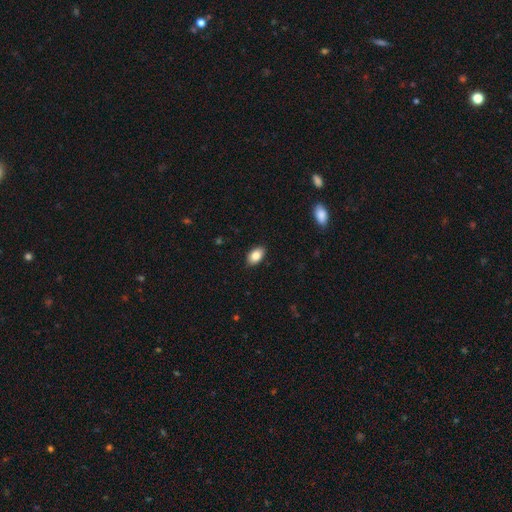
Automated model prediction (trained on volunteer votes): Smooth or featured? Predicted: smooth (p=0.85). How rounded? Predicted: in between (p=0.91). Merging? Predicted: none (p=0.88).